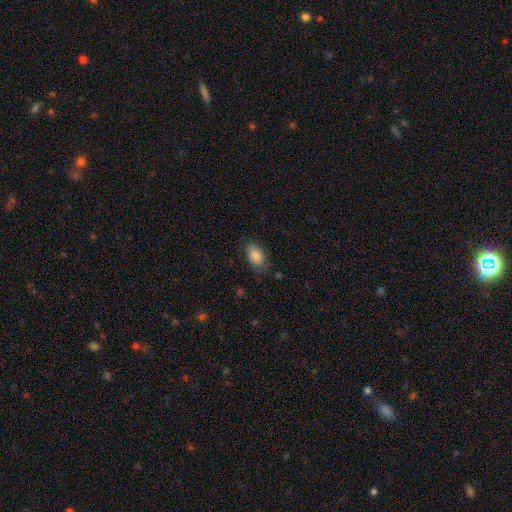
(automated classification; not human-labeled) Smooth or featured? Predicted: smooth (p=0.88). How rounded? Predicted: in between (p=0.92). Merging? Predicted: none (p=0.79).